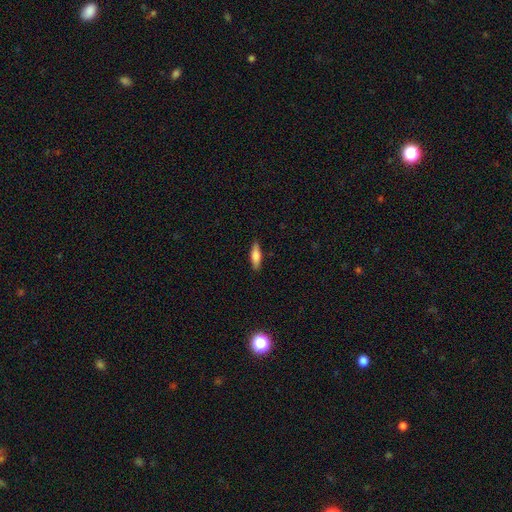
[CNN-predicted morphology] Overall: smooth (77%). How rounded: cigar-shaped (50%; in between 48%). Merging: none (86%).